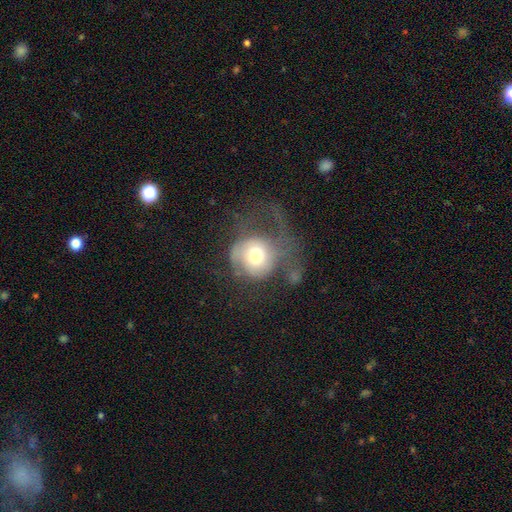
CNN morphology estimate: A smooth galaxy with no disk features (58%) that is round (85%). Merging: major disturbance (52%).